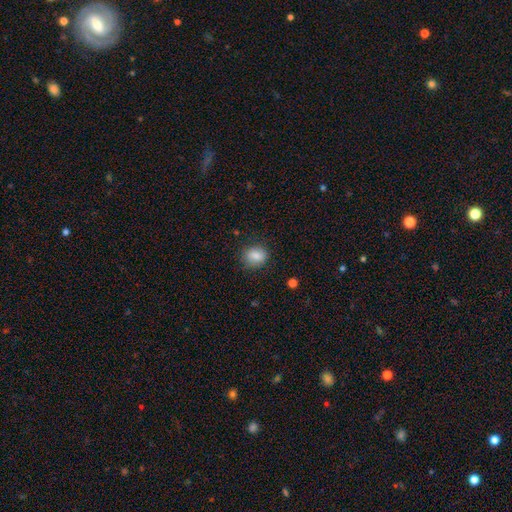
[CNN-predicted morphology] Q: Smooth or featured?
A: smooth (84%); runner-up: star or artifact (9%)
Q: How rounded?
A: round (60%); runner-up: in between (39%)
Q: Merging?
A: none (80%); runner-up: minor disturbance (15%)